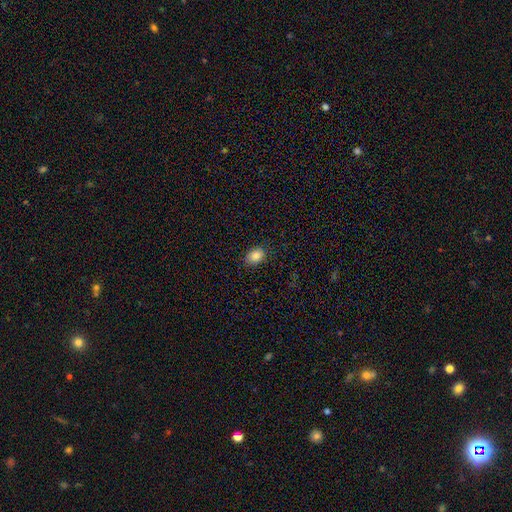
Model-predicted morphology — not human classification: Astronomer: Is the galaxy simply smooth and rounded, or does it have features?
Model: smooth — 86%.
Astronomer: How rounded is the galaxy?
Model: in between — 70%.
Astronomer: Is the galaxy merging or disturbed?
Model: none — 83%.